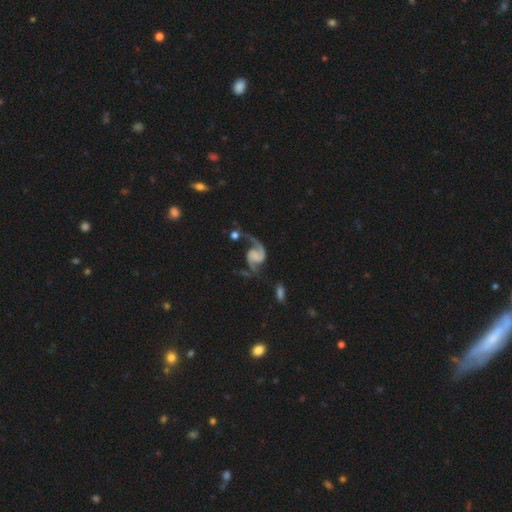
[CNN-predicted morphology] featured or disk 89%, smooth 6%, star or artifact 5%. Down the decision tree: edge-on disk — no (98%); bar — no (54%); spiral arms — yes (97%); spiral arm count — 2 (84%); spiral winding — loose (52%); bulge size — none (64%); merging — none (53%).